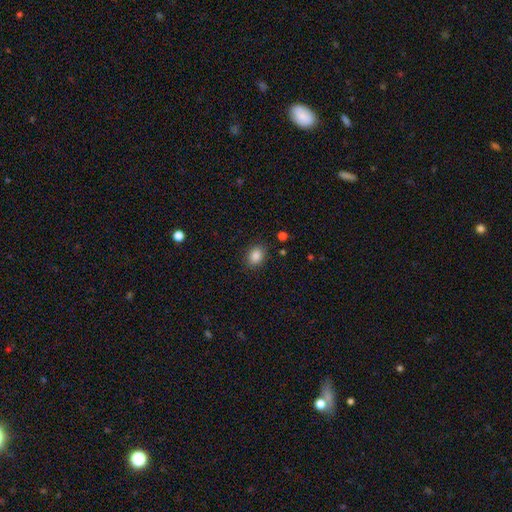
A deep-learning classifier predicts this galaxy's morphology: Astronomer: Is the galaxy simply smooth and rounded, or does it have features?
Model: smooth — 86%.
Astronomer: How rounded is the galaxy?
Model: in between — 59% (runner-up: round, 40%).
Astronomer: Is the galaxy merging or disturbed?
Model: none — 85%.